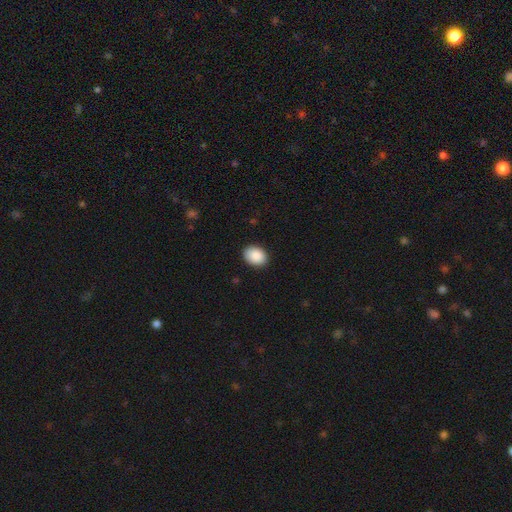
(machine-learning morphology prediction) This appears to be a smooth galaxy with no disk features (90%) that is in between round and cigar-shaped (72%). Merging: none (90%).